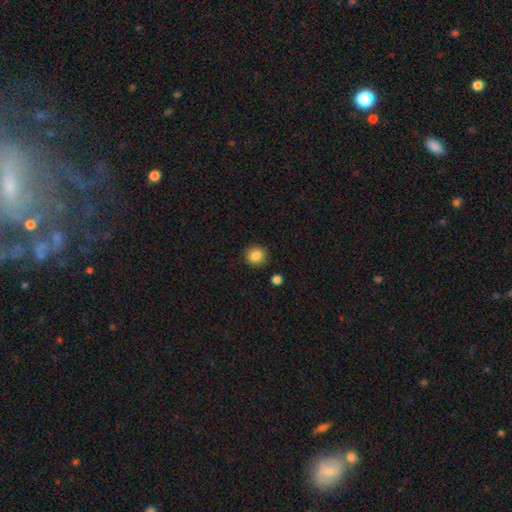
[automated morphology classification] Smooth or featured?
  - smooth: 86% *
  - star or artifact: 9%
  - featured or disk: 4%
How rounded?
  - round: 86% *
  - in between: 13%
  - cigar-shaped: 1%
Merging?
  - none: 88% *
  - minor disturbance: 7%
  - major disturbance: 2%
  - merger: 2%